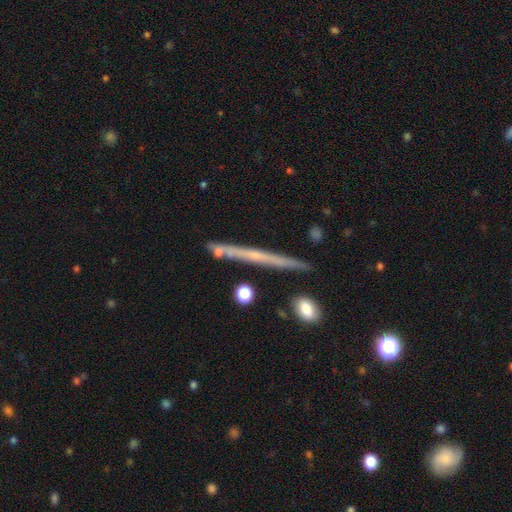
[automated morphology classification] type=featured or disk (59%); edge-on=yes (96%); edge-on bulge=none (80%); merging=none (85%).